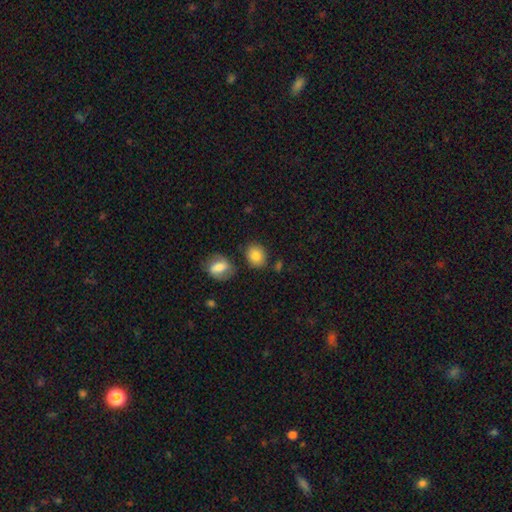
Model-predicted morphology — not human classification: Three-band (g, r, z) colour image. It shows a smooth galaxy with no disk features (85%) that is round (58%). Merging: none (77%).